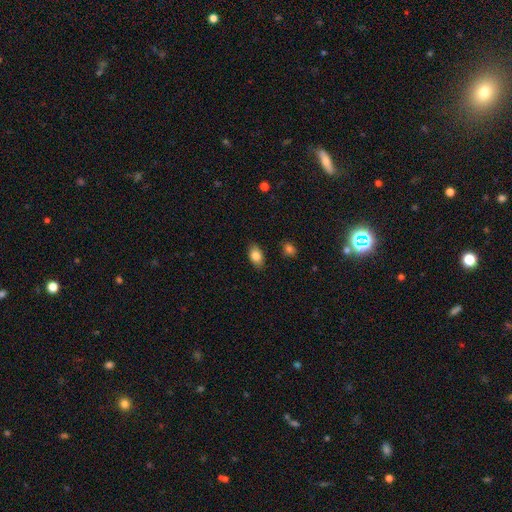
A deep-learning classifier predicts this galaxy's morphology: A smooth galaxy with no disk features (85%) that is in between round and cigar-shaped (89%). Merging: none (85%).